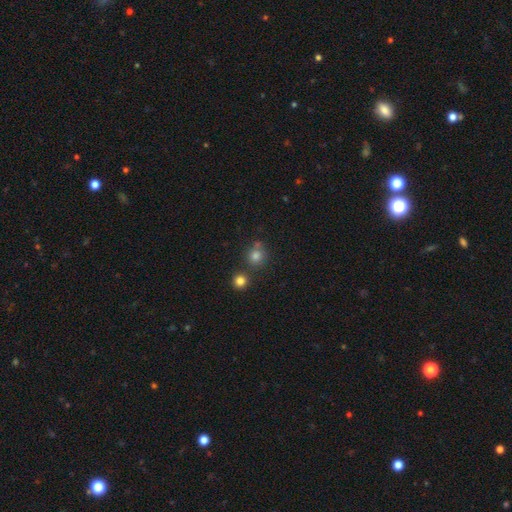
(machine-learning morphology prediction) The model was most divided on "merging": none: 69%, merger: 19%, minor disturbance: 9%, major disturbance: 3%. More confident: how rounded — round (89%); smooth or featured — smooth (76%).